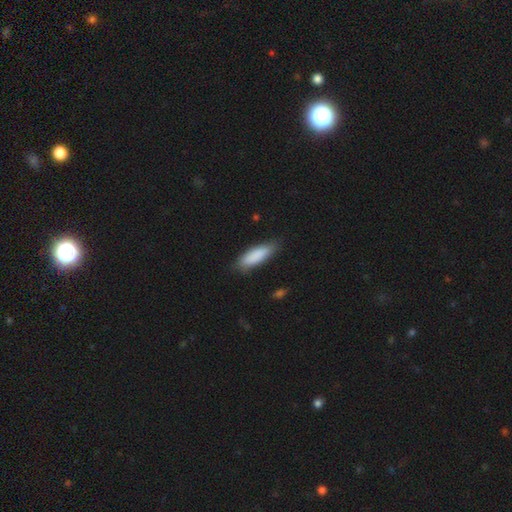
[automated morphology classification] Smooth or featured? smooth (87%)
How rounded? in between (49%, tied with cigar-shaped)
Merging? none (81%)